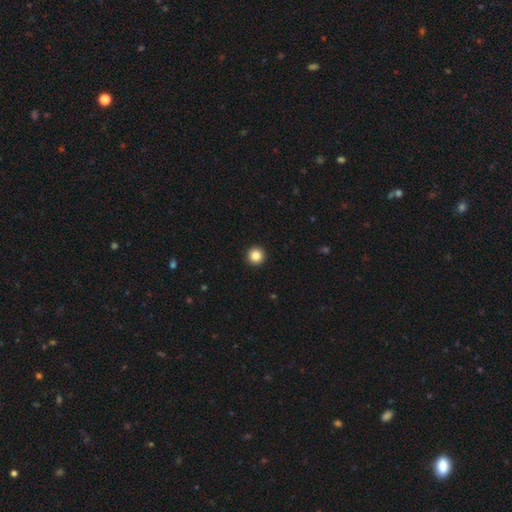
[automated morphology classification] smooth 86%, star or artifact 10%, featured or disk 4%. Down the decision tree: how rounded — round (96%); merging — none (94%).